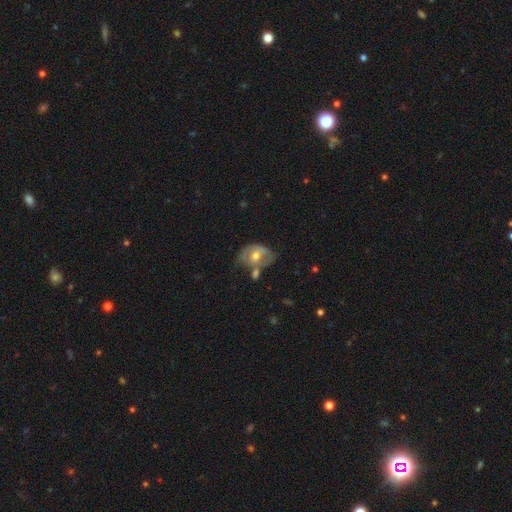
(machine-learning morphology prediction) type=featured or disk (51%); edge-on=no (94%); merging=none (38%).